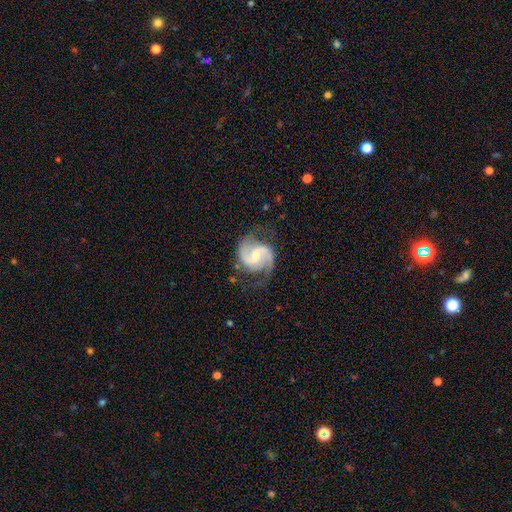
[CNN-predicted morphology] Smooth or featured?
  - featured or disk: 91% *
  - smooth: 5%
  - star or artifact: 4%
Edge-on disk?
  - no: 98% *
  - yes: 2%
Bar?
  - weak: 49% *
  - no: 37%
  - strong: 14%
Spiral arms?
  - yes: 98% *
  - no: 2%
Spiral winding?
  - medium: 59% *
  - loose: 24%
  - tight: 18%
Spiral arm count?
  - 2: 92% *
  - can't tell: 2%
  - 3: 2%
  - 1: 1%
  - 4: 1%
  - more than 4: 1%
Bulge size?
  - moderate: 51% *
  - small: 41%
  - none: 4%
  - large: 3%
  - dominant: 1%
Merging?
  - none: 73% *
  - minor disturbance: 18%
  - major disturbance: 8%
  - merger: 1%